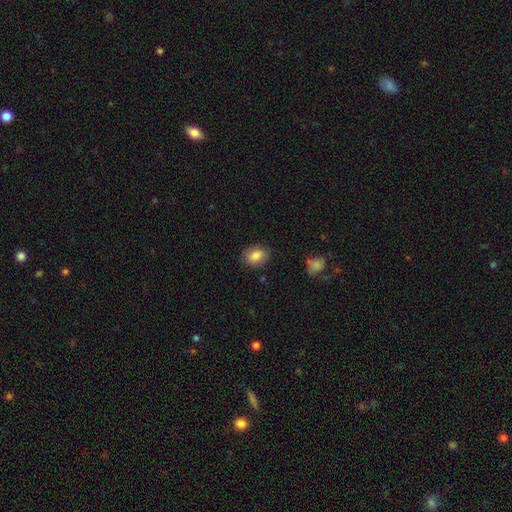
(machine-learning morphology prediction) type=smooth (85%); roundness=in between (71%); merging=none (84%).